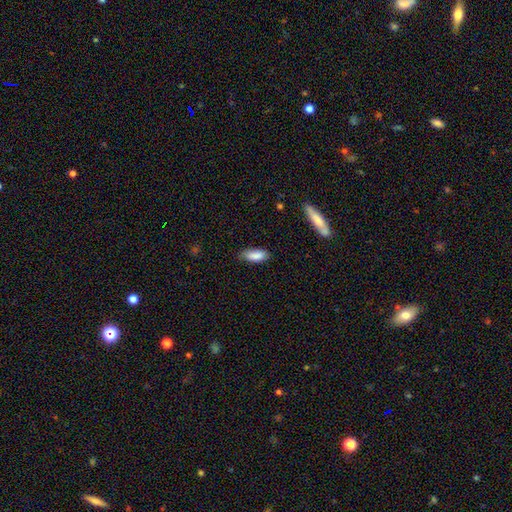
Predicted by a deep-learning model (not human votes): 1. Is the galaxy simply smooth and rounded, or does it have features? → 86% smooth, 7% featured or disk, 7% star or artifact.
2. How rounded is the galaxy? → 76% in between, 22% cigar-shaped, 2% round.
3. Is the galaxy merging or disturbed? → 76% none, 19% minor disturbance, 3% major disturbance, 2% merger.